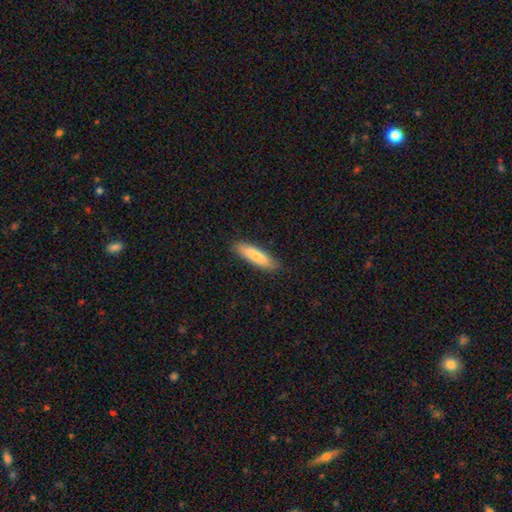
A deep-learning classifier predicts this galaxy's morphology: Q: Smooth or featured?
A: smooth (79%); runner-up: featured or disk (15%)
Q: How rounded?
A: cigar-shaped (69%); runner-up: in between (29%)
Q: Merging?
A: none (86%); runner-up: minor disturbance (11%)